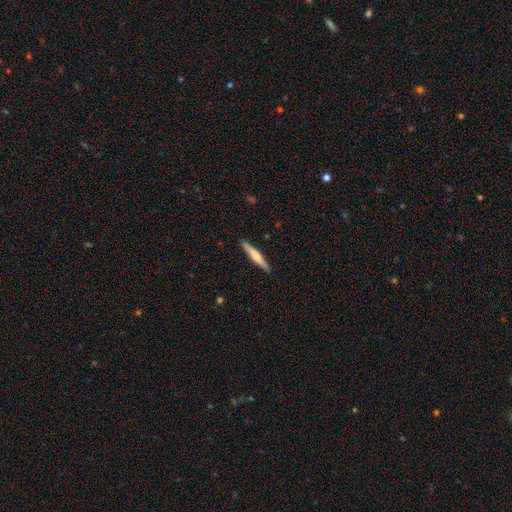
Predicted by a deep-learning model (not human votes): smooth-or-featured: smooth: 55% | featured or disk: 40% | star or artifact: 5%
  how-rounded: cigar-shaped: 94% | in between: 5% | round: 1%
  merging: none: 91% | minor disturbance: 7% | major disturbance: 1% | merger: 1%